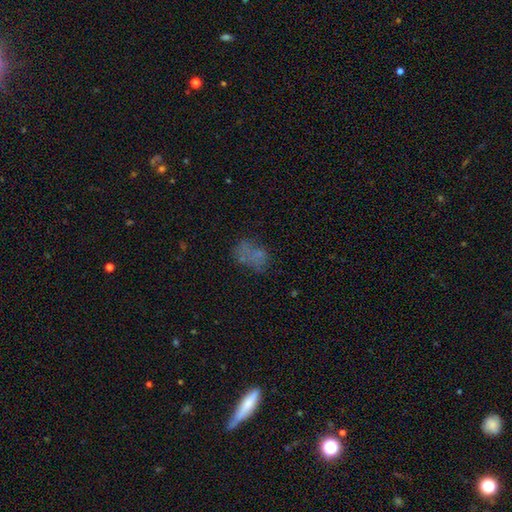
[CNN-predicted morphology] Smooth or featured? Predicted: smooth (p=0.50). Merging? Predicted: none (p=0.47).